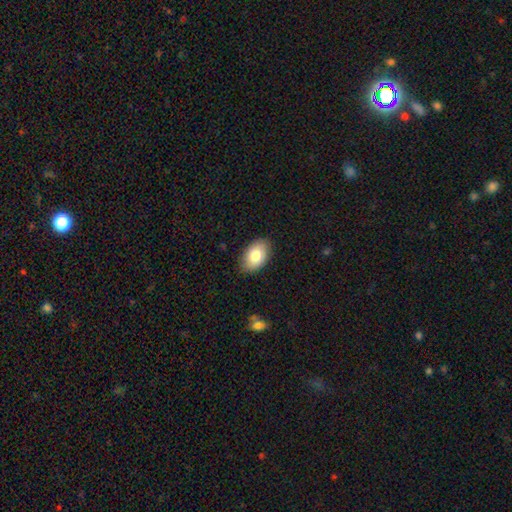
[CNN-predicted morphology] smooth 83%, featured or disk 11%, star or artifact 7%. Down the decision tree: how rounded — in between (92%); merging — none (86%).